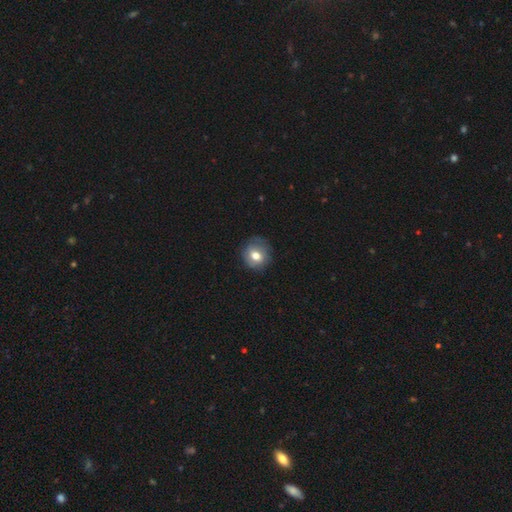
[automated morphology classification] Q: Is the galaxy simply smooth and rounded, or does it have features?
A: smooth — 73%.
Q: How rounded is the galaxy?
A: round — 85%.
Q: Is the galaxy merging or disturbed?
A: none — 77%.